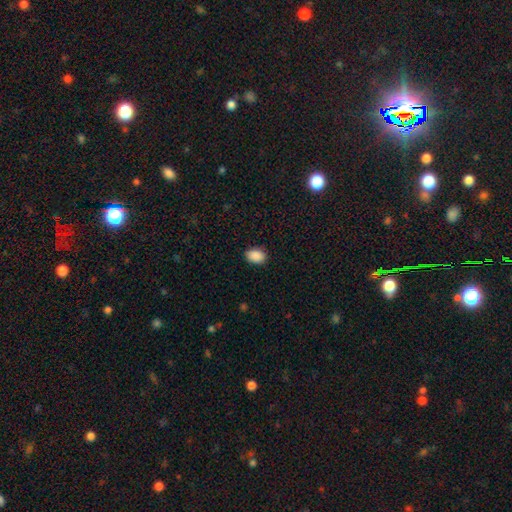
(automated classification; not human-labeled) Smooth or featured: smooth — 90% (star or artifact — 7%)
How rounded: in between — 82% (round — 17%)
Merging: none — 88% (minor disturbance — 9%)